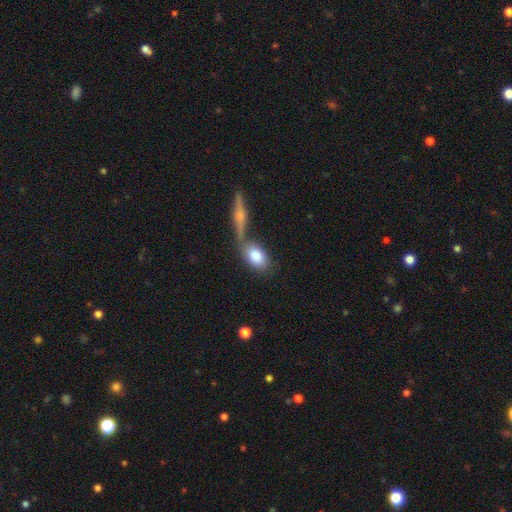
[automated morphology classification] smooth 78%, featured or disk 14%, star or artifact 7%. Down the decision tree: how rounded — in between (84%); merging — none (53%).